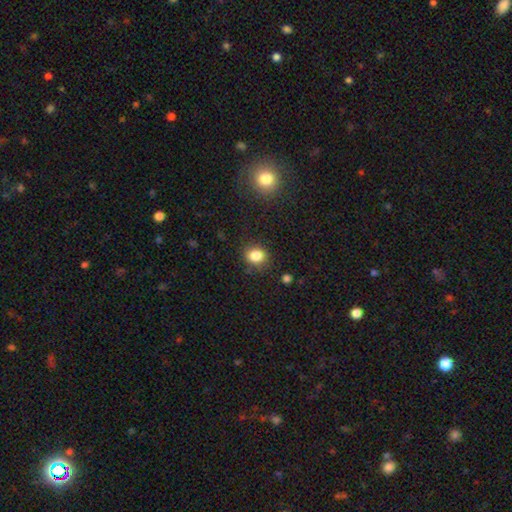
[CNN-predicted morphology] A smooth galaxy with no disk features (84%) that is round (56%). Merging: none (83%).